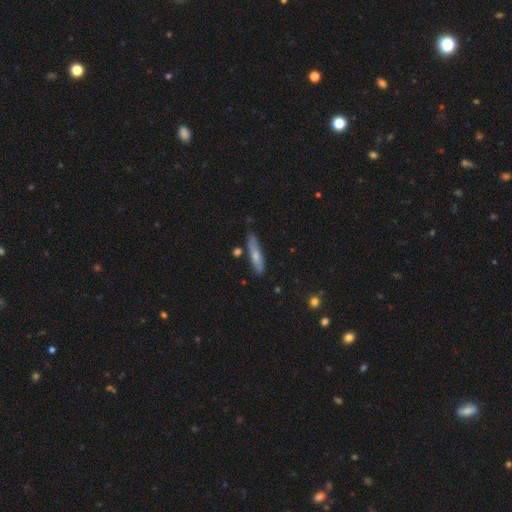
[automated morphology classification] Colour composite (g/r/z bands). It shows a smooth galaxy with no disk features (65%) that is cigar-shaped (81%). Merging: none (78%).